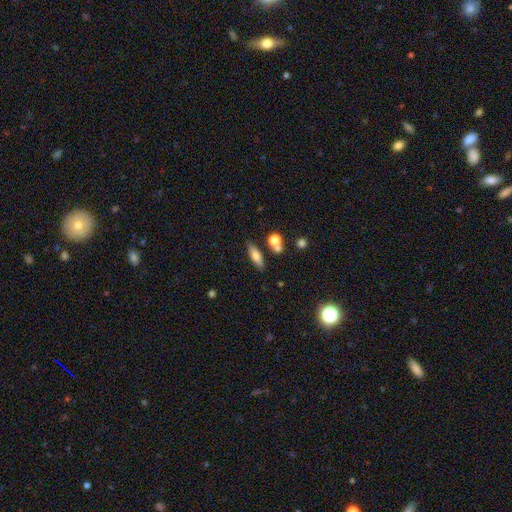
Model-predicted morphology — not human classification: Overall: smooth (69%). How rounded: cigar-shaped (51%; in between 45%). Merging: none (76%).